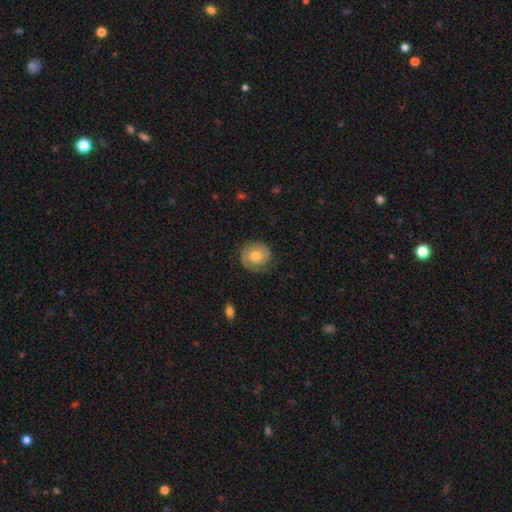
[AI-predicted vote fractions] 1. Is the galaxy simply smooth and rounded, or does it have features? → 52% featured or disk, 40% smooth, 8% star or artifact.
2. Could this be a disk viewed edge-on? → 97% no, 3% yes.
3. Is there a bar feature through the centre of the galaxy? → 79% no, 18% weak, 3% strong.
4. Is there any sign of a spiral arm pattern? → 86% yes, 14% no.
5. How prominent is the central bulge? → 63% moderate, 28% small, 6% large, 2% none, 1% dominant.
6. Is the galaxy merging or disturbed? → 78% none, 15% minor disturbance, 6% major disturbance, 1% merger.